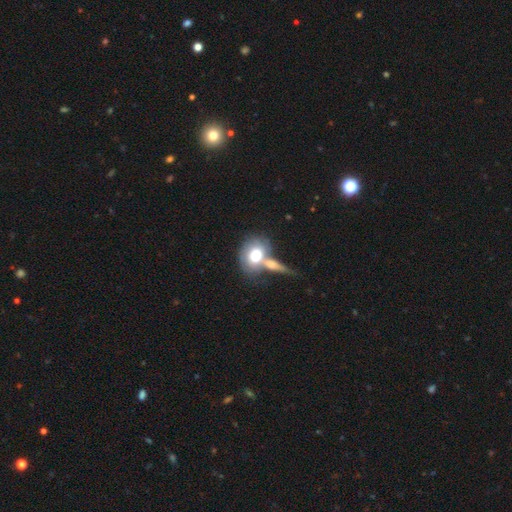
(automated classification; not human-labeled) This is likely a smooth galaxy (65%). How rounded: likely in between (64%). Merging: possibly merger (53%).